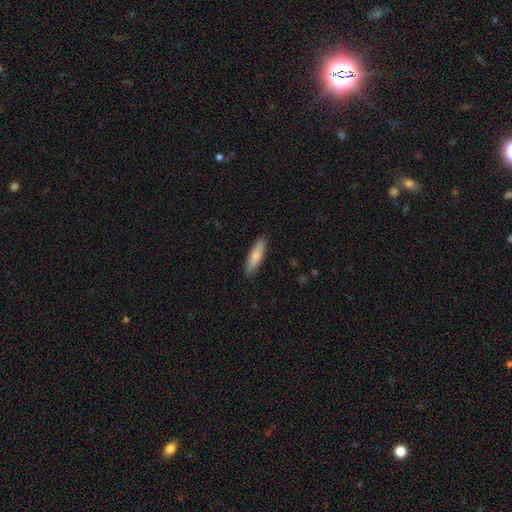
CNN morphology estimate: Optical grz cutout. It shows a smooth galaxy with no disk features (82%) that is cigar-shaped (56%). Merging: none (87%).